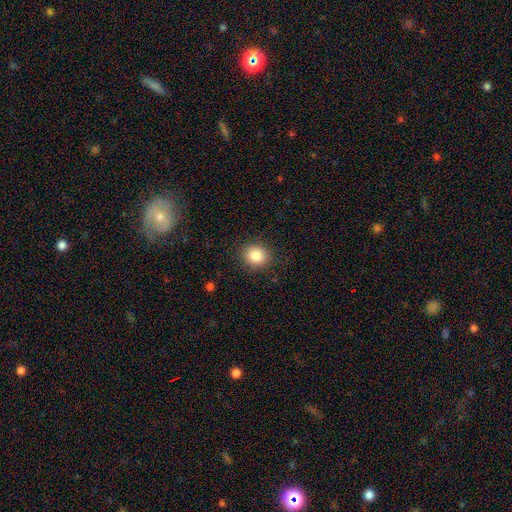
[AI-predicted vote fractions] Morphology: type=smooth (85%); roundness=round (81%); merging=none (88%).